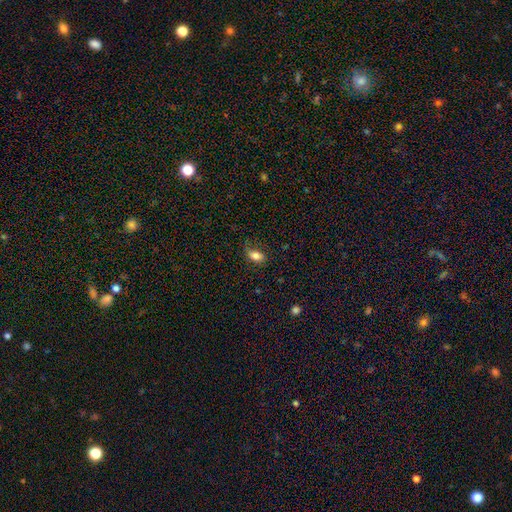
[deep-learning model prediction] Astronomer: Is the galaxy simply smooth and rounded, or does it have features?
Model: smooth — 80%.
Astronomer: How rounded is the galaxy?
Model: in between — 87%.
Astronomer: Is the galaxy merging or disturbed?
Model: none — 66%.